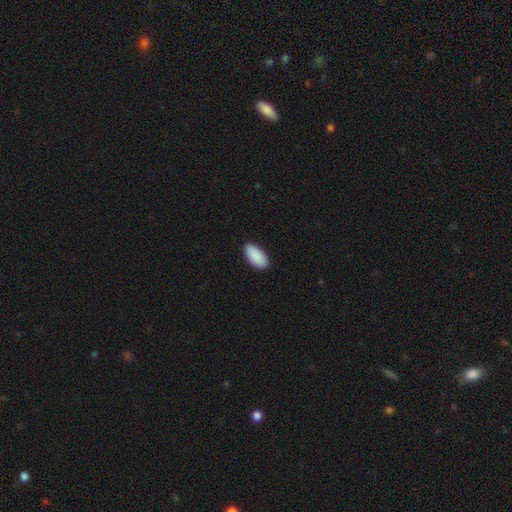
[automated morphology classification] Q: Smooth or featured?
A: smooth (91%); runner-up: star or artifact (6%)
Q: How rounded?
A: in between (94%); runner-up: cigar-shaped (4%)
Q: Merging?
A: none (89%); runner-up: minor disturbance (8%)